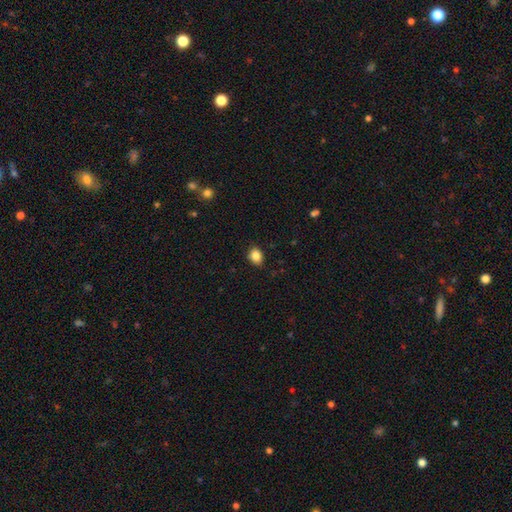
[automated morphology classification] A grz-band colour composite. It shows a smooth galaxy with no disk features (86%) that is in between round and cigar-shaped (56%). Merging: none (87%).